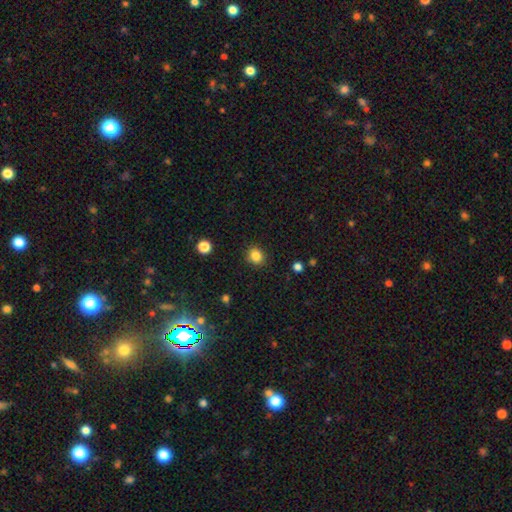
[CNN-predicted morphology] Smooth or featured? smooth (84%)
How rounded? round (75%)
Merging? none (88%)